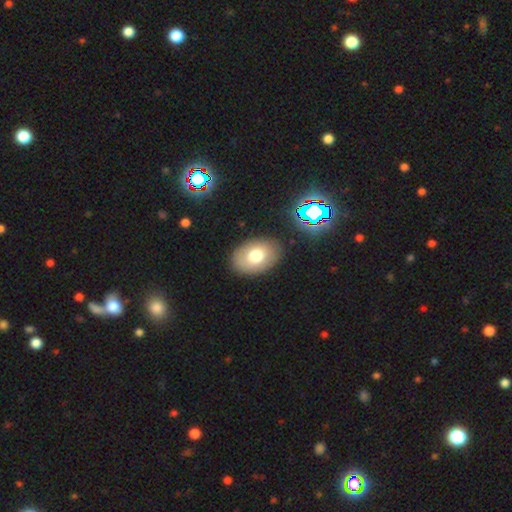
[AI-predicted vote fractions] Smooth or featured? Predicted: smooth (p=0.73). How rounded? Predicted: in between (p=0.82). Merging? Predicted: none (p=0.87).